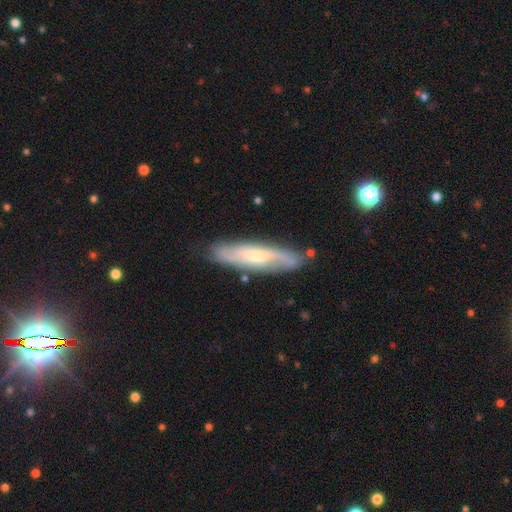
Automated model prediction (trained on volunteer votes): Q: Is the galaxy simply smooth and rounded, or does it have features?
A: featured or disk — 66%.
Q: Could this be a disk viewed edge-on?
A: no — 64%.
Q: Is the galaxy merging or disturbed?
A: none — 79%.